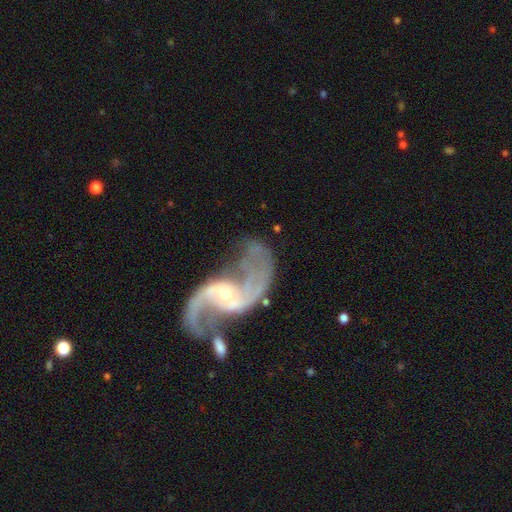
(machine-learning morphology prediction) Smooth or featured: featured or disk — 92% (star or artifact — 5%)
Edge-on disk: no — 98% (yes — 2%)
Bar: no — 44% (weak — 36%)
Spiral arms: yes — 97% (no — 3%)
Spiral winding: loose — 71% (medium — 24%)
Spiral arm count: 2 — 93% (can't tell — 2%)
Bulge size: small — 71% (moderate — 24%)
Merging: none — 55% (major disturbance — 17%)